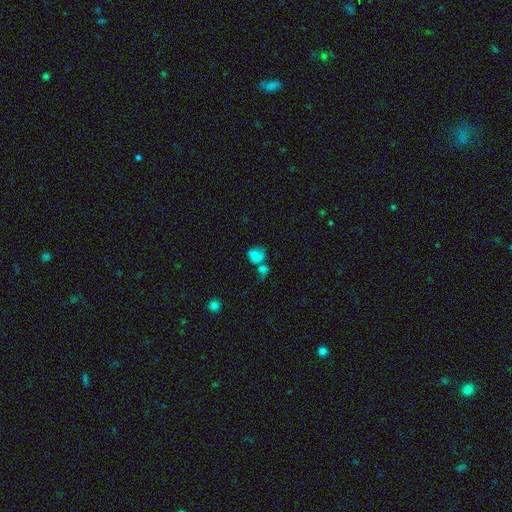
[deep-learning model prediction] This appears to be a smooth galaxy with no disk features (68%) that is round (62%). Merging: merger (39%).